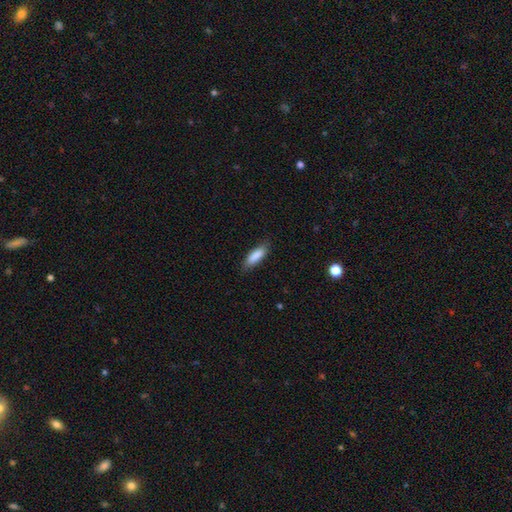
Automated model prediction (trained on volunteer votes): Q: Smooth or featured?
A: smooth (86%); runner-up: featured or disk (7%)
Q: How rounded?
A: in between (52%); runner-up: cigar-shaped (46%)
Q: Merging?
A: none (82%); runner-up: minor disturbance (14%)